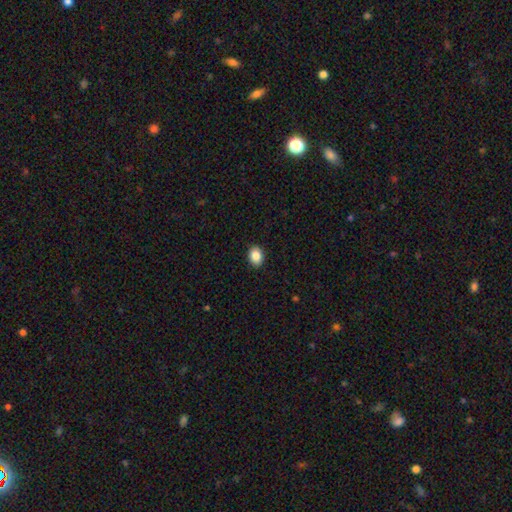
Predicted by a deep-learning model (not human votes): smooth-or-featured: smooth: 87% | star or artifact: 8% | featured or disk: 5%
  how-rounded: in between: 62% | round: 37% | cigar-shaped: 1%
  merging: none: 91% | minor disturbance: 6% | major disturbance: 2% | merger: 1%